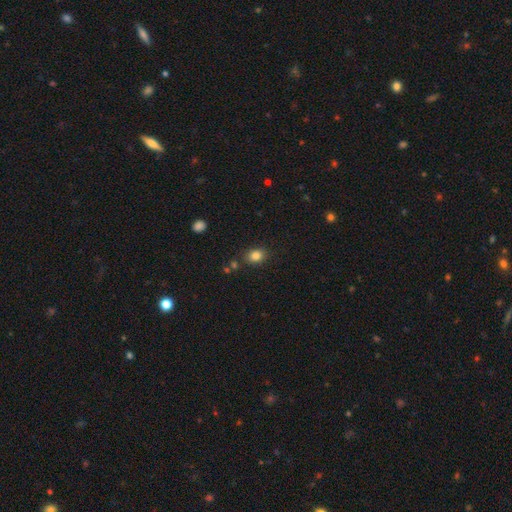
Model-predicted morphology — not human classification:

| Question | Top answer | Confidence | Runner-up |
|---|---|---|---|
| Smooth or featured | smooth | 83% | star or artifact (11%) |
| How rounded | in between | 56% | round (43%) |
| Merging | none | 81% | minor disturbance (11%) |